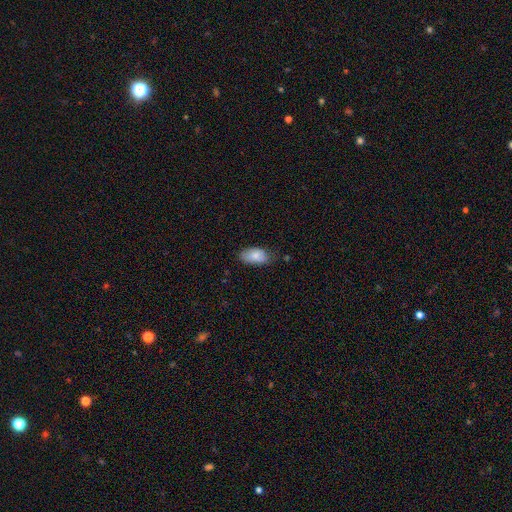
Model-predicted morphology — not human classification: This is clearly a smooth galaxy (84%). How rounded: clearly in between (93%). Merging: likely none (68%).